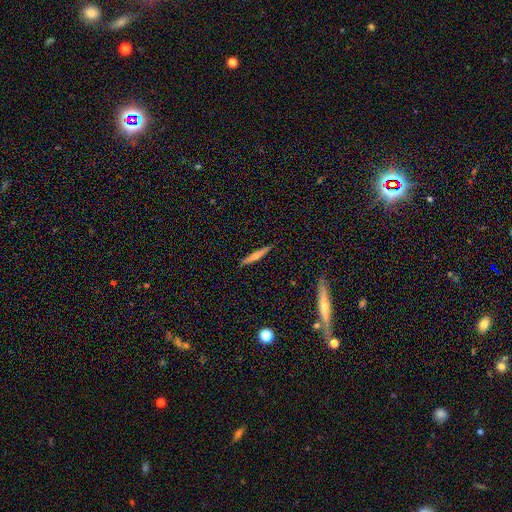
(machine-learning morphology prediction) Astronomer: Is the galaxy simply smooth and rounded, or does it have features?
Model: featured or disk — 56% (runner-up: smooth, 37%).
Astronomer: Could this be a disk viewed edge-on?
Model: yes — 96%.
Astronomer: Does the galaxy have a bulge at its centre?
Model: rounded — 74%.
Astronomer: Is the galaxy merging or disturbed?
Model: none — 88%.